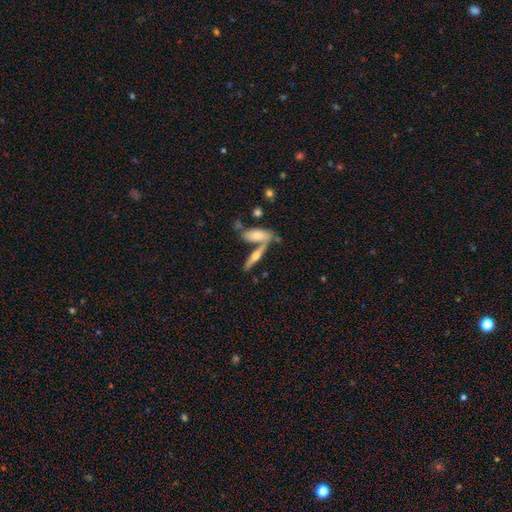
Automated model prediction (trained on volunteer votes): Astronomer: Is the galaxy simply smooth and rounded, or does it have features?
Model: featured or disk — 54% (runner-up: smooth, 39%).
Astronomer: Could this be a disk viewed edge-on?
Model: yes — 91%.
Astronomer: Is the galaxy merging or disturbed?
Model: none — 56% (runner-up: merger, 32%).